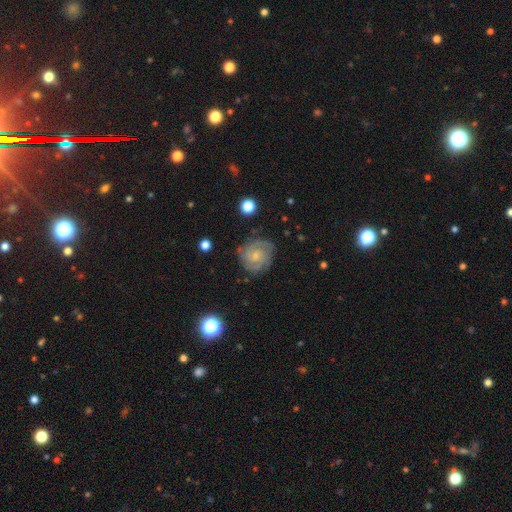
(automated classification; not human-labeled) A featured or disk galaxy (81%) with no bar (62%), 2 (35%) tight (66%) spiral arms (96%) and a small central bulge (64%).

Vote fractions:
- Smooth or featured? featured or disk: 81% / smooth: 13% / star or artifact: 6%
- Edge-on disk? no: 98% / yes: 2%
- Bar? no: 62% / weak: 34% / strong: 4%
- Spiral arms? yes: 96% / no: 4%
- Spiral winding? tight: 66% / medium: 28% / loose: 5%
- Spiral arm count? 2: 35% / 3: 29% / can't tell: 19% / 4: 8% / 1: 4% / more than 4: 4%
- Bulge size? small: 64% / moderate: 26% / none: 7% / large: 2% / dominant: 1%
- Merging? none: 77% / minor disturbance: 16% / major disturbance: 5% / merger: 2%